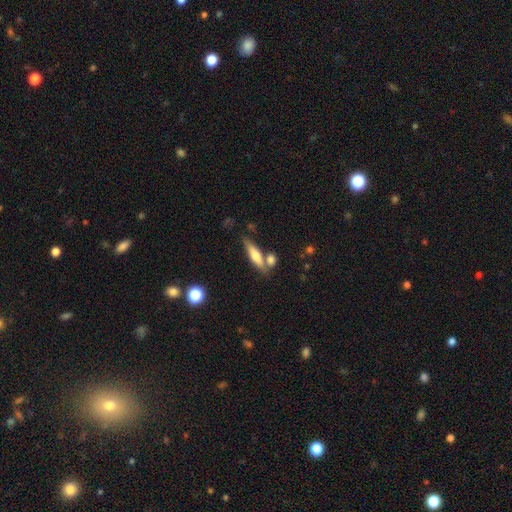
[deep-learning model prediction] Smooth or featured: smooth — 62% (featured or disk — 31%)
How rounded: cigar-shaped — 67% (in between — 30%)
Merging: none — 60% (merger — 22%)